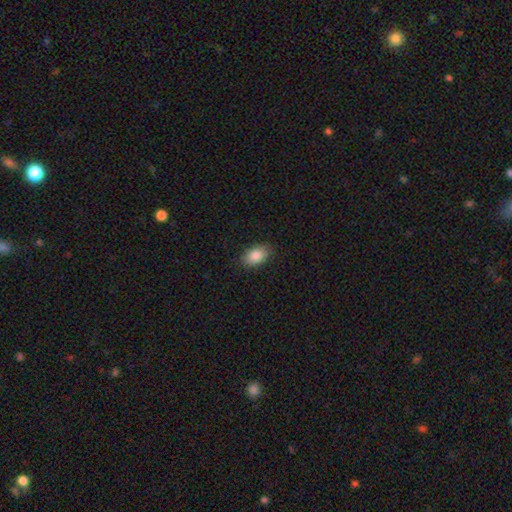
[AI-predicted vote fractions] smooth_or_featured: smooth (p=0.86) [alt: star or artifact p=0.07]
how_rounded: in between (p=0.90) [alt: round p=0.09]
merging: none (p=0.87) [alt: minor disturbance p=0.10]